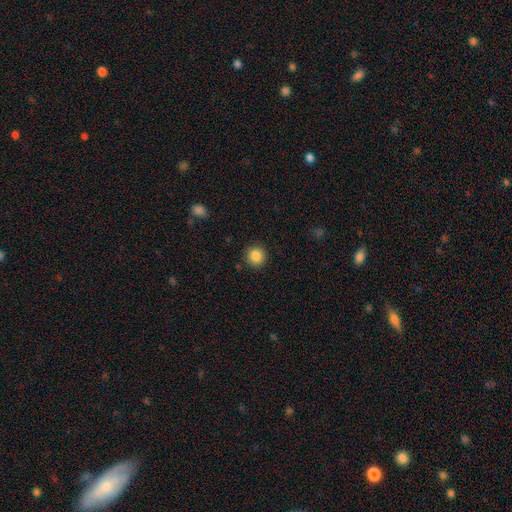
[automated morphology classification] This appears to be a smooth galaxy with no disk features (85%) that is round (92%). Merging: none (91%).